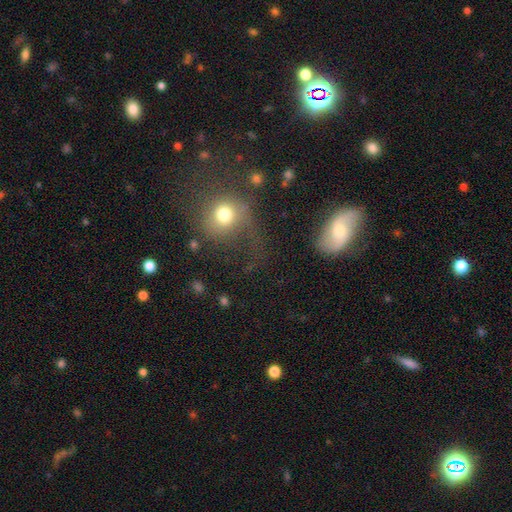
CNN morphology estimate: smooth-or-featured: smooth: 48% | featured or disk: 28% | star or artifact: 25%
  merging: none: 50% | major disturbance: 26% | minor disturbance: 19% | merger: 5%